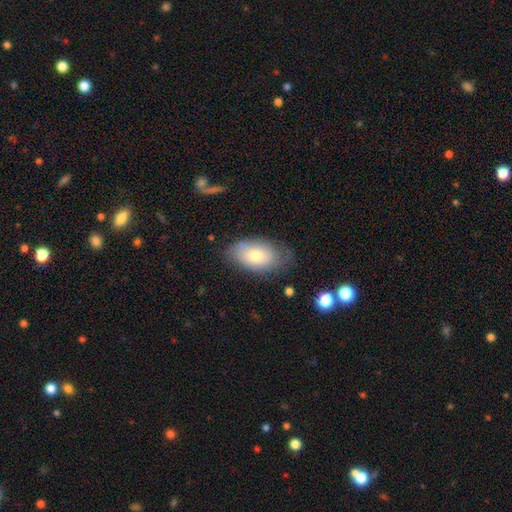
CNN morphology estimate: A smooth galaxy with no disk features (68%) that is in between round and cigar-shaped (92%).

Vote fractions:
- Smooth or featured? smooth: 68% / featured or disk: 25% / star or artifact: 7%
- How rounded? in between: 92% / round: 7% / cigar-shaped: 2%
- Merging? none: 66% / minor disturbance: 25% / major disturbance: 8% / merger: 2%